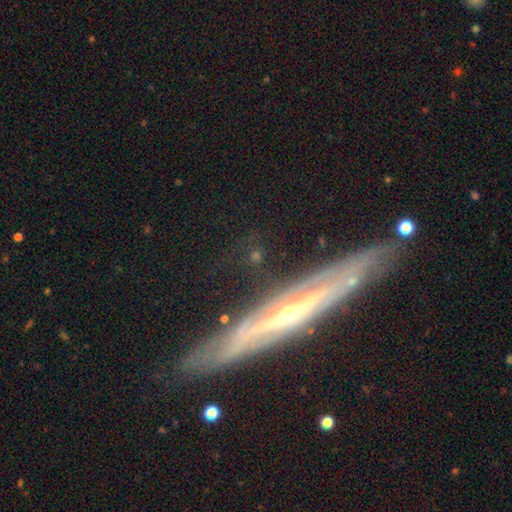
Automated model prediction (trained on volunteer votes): Smooth or featured: featured or disk — 54% (smooth — 32%)
Edge-on disk: yes — 61% (no — 39%)
Merging: none — 79% (minor disturbance — 12%)